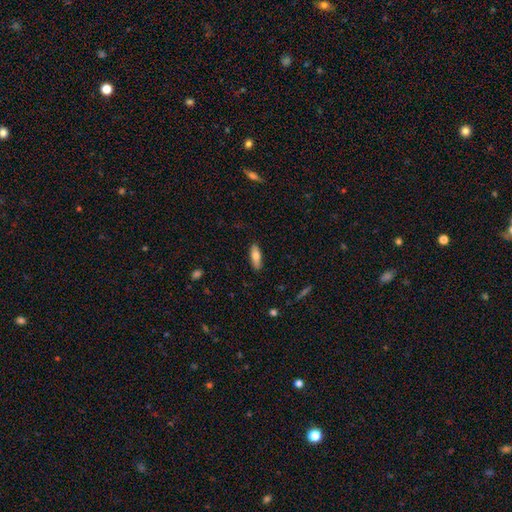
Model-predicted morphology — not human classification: Smooth or featured: smooth — 74% (featured or disk — 20%)
How rounded: in between — 62% (cigar-shaped — 36%)
Merging: none — 88% (minor disturbance — 9%)